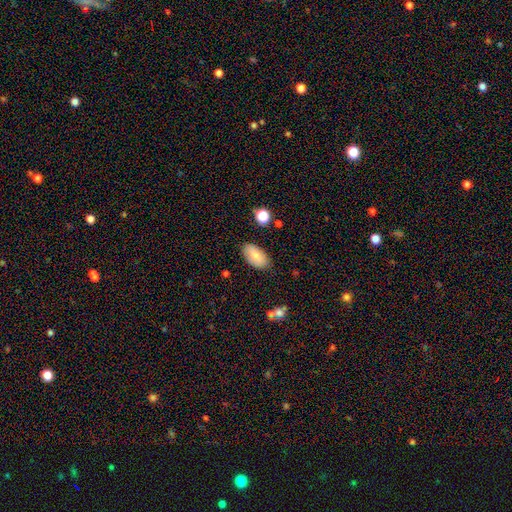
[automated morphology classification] Smooth or featured?
  - smooth: 80% *
  - featured or disk: 13%
  - star or artifact: 7%
How rounded?
  - in between: 95% *
  - round: 3%
  - cigar-shaped: 2%
Merging?
  - none: 83% *
  - minor disturbance: 12%
  - major disturbance: 3%
  - merger: 2%